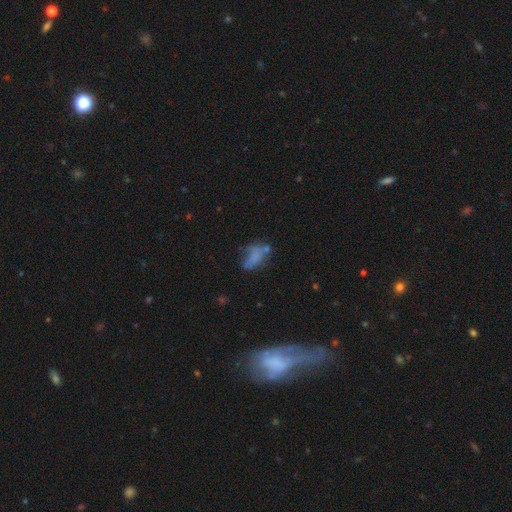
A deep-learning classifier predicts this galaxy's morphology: Smooth or featured? smooth (57%)
How rounded? in between (83%)
Merging? none (33%)